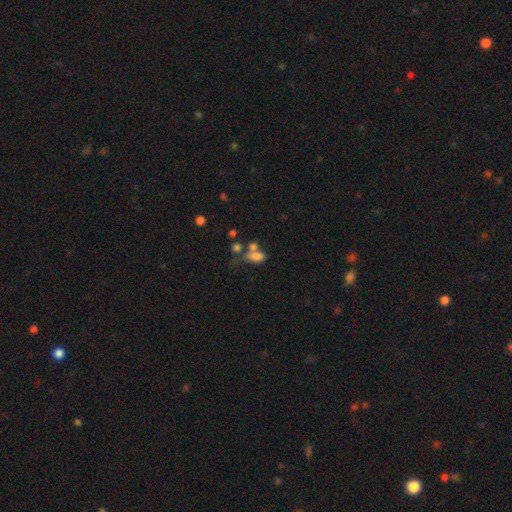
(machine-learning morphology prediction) The model was most divided on "merging": merger: 39%, none: 30%, minor disturbance: 16%, major disturbance: 14%. More confident: how rounded — in between (84%); smooth or featured — smooth (73%).